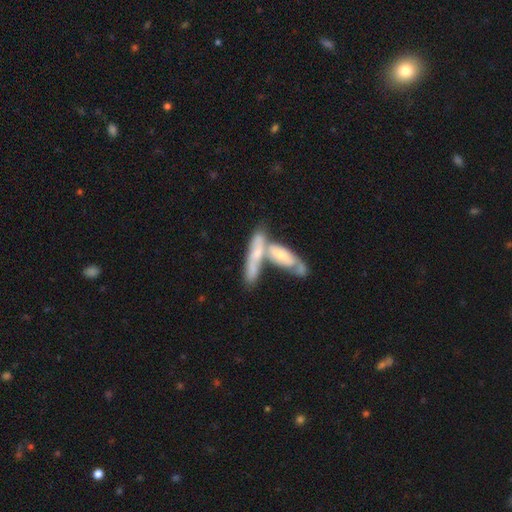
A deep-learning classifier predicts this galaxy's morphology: type=featured or disk (49%); merging=merger (58%).